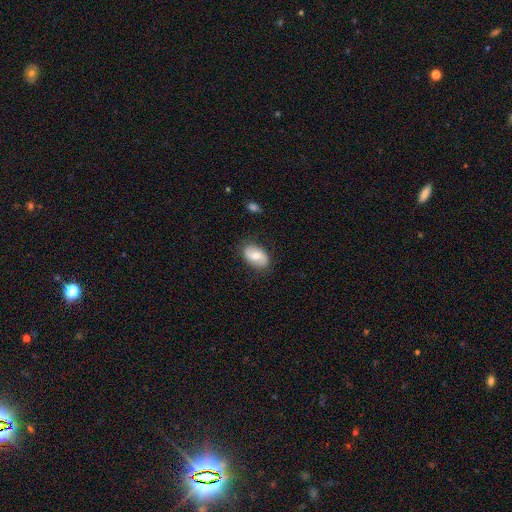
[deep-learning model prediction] Smooth or featured?
  - smooth: 61% *
  - featured or disk: 33%
  - star or artifact: 7%
How rounded?
  - in between: 90% *
  - round: 9%
  - cigar-shaped: 2%
Merging?
  - none: 81% *
  - minor disturbance: 15%
  - major disturbance: 3%
  - merger: 1%